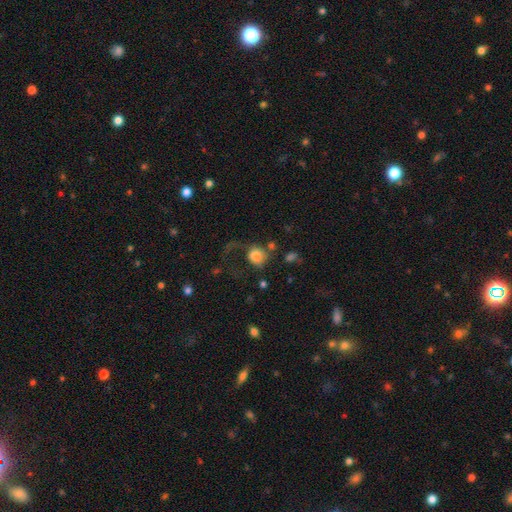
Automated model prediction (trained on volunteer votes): smooth_or_featured: smooth (p=0.74) [alt: featured or disk p=0.17]
how_rounded: round (p=0.78) [alt: in between p=0.21]
merging: major disturbance (p=0.45) [alt: none p=0.32]